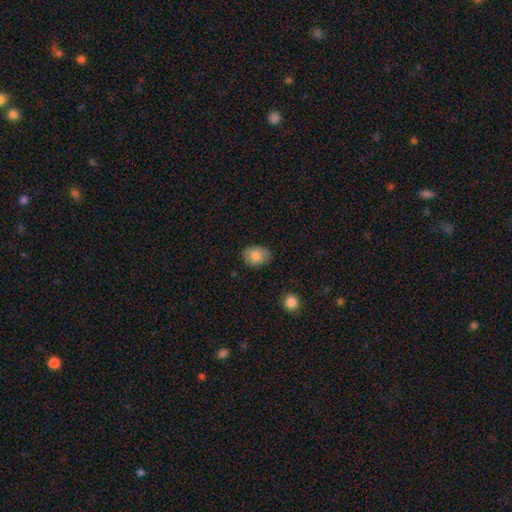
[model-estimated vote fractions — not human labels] Smooth or featured: smooth — 80% (featured or disk — 12%)
How rounded: in between — 65% (round — 35%)
Merging: none — 81% (minor disturbance — 15%)